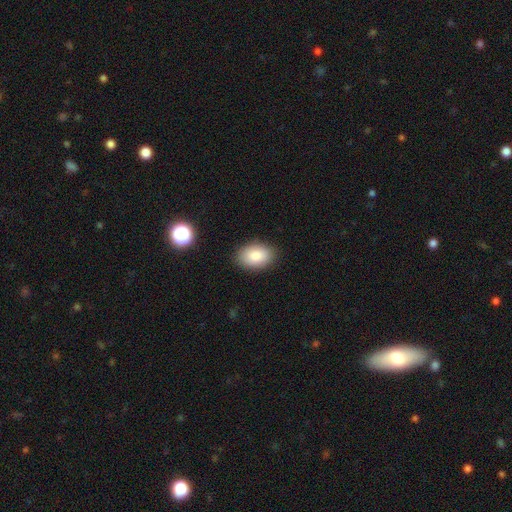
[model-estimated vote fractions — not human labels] Overall: smooth (85%). How rounded: in between (86%). Merging: none (87%).